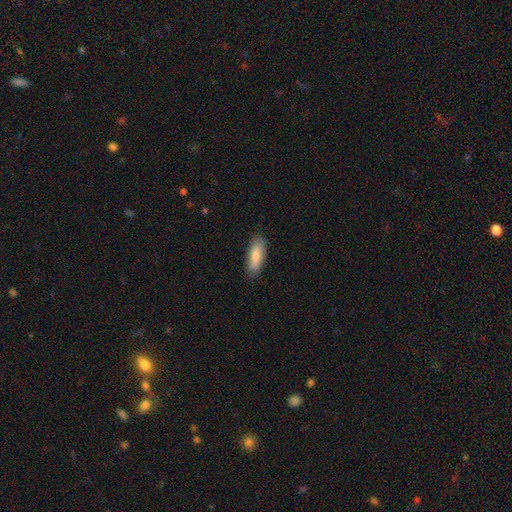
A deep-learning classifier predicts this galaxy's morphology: A smooth galaxy with no disk features (83%) that is in between round and cigar-shaped (59%).

Vote fractions:
- Smooth or featured? smooth: 83% / featured or disk: 11% / star or artifact: 6%
- How rounded? in between: 59% / cigar-shaped: 40% / round: 2%
- Merging? none: 86% / minor disturbance: 11% / major disturbance: 2% / merger: 1%